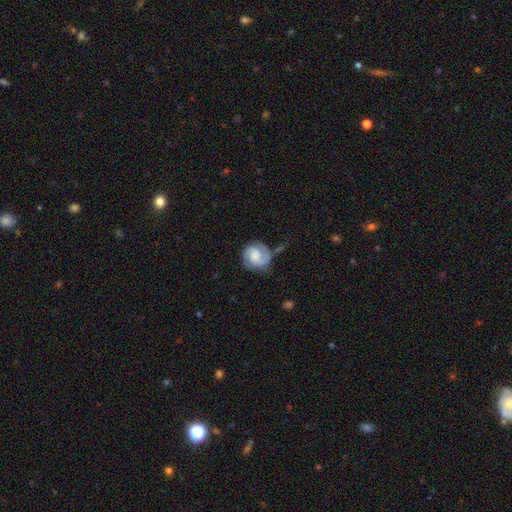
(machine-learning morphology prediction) featured or disk 79%, smooth 15%, star or artifact 6%. Down the decision tree: edge-on disk — no (98%); bar — no (53%); spiral arms — yes (97%); spiral arm count — 2 (87%); spiral winding — tight (45%); bulge size — moderate (27%, tied with none); merging — none (69%).